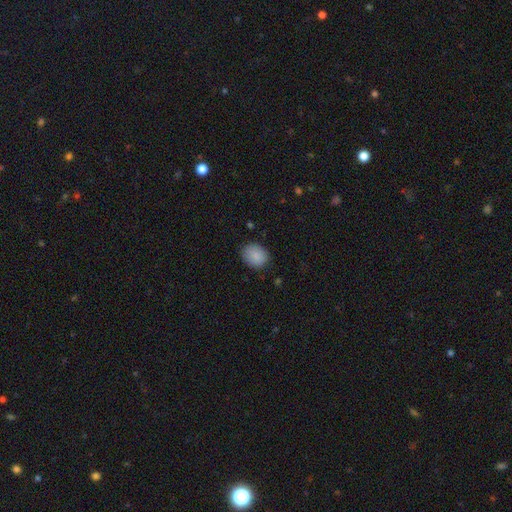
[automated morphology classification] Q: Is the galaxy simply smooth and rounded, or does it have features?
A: smooth — 88%.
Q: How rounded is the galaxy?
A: round — 57%.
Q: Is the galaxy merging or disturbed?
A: none — 84%.